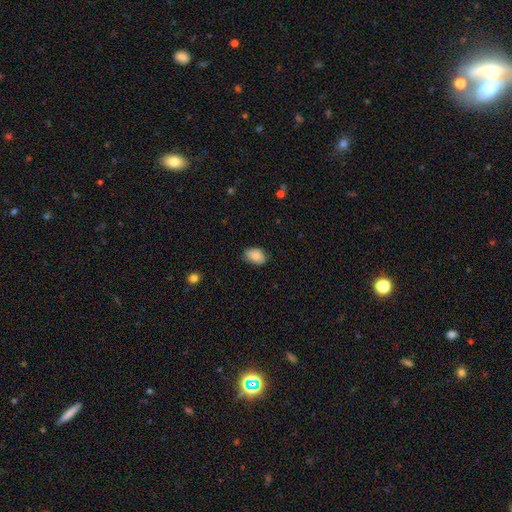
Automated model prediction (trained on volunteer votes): This is clearly a smooth galaxy (84%). How rounded: clearly in between (86%). Merging: likely none (76%).